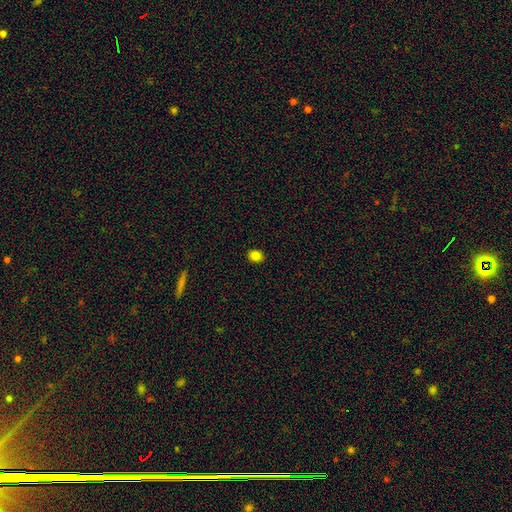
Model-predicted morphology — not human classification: The model was most divided on "how rounded": in between: 50%, round: 49%, cigar-shaped: 1%. More confident: merging — none (90%); smooth or featured — smooth (84%).